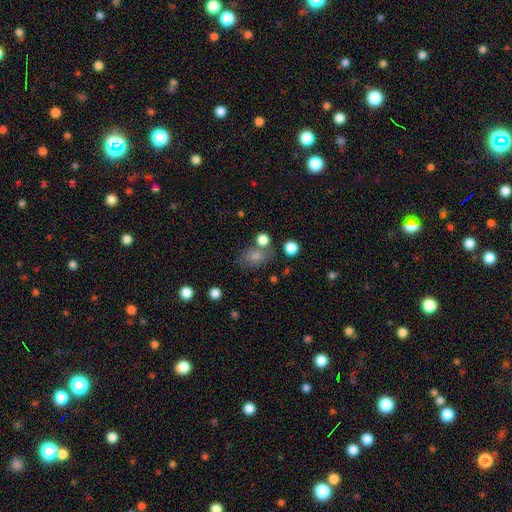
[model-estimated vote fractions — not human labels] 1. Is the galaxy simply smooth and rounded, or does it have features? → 79% smooth, 12% star or artifact, 9% featured or disk.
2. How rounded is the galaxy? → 66% in between, 33% round, 2% cigar-shaped.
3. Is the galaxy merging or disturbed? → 57% none, 18% merger, 18% minor disturbance, 8% major disturbance.